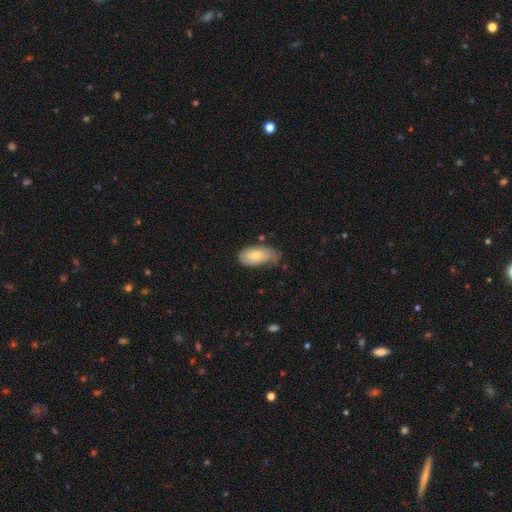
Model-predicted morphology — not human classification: Overall: smooth (75%). How rounded: in between (93%). Merging: none (45%; minor disturbance 41%).